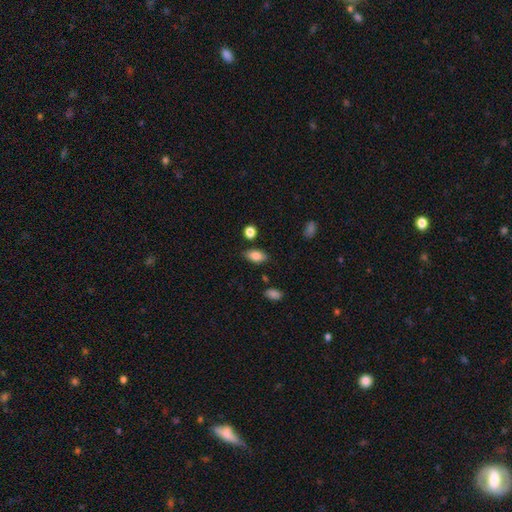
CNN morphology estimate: This appears to be a smooth galaxy with no disk features (84%) that is in between round and cigar-shaped (90%). Merging: none (81%).